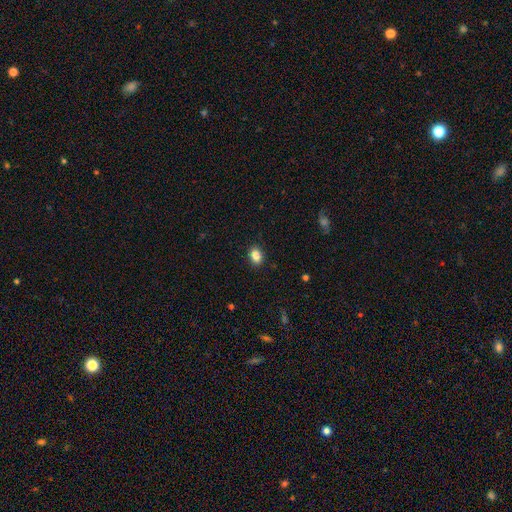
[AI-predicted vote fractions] A smooth galaxy with no disk features (87%) that is in between round and cigar-shaped (73%).

Vote fractions:
- Smooth or featured? smooth: 87% / star or artifact: 9% / featured or disk: 4%
- How rounded? in between: 73% / round: 26% / cigar-shaped: 1%
- Merging? none: 89% / minor disturbance: 8% / major disturbance: 2% / merger: 1%